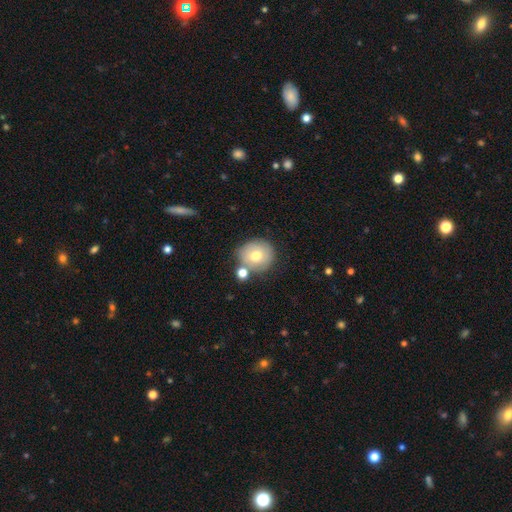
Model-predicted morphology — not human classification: A smooth galaxy with no disk features (69%) that is round (87%). Merging: none (66%).